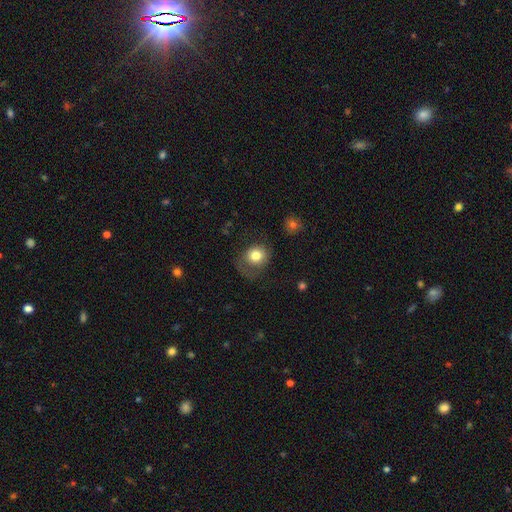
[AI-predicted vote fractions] Q: Smooth or featured?
A: smooth (78%); runner-up: featured or disk (13%)
Q: How rounded?
A: round (70%); runner-up: in between (29%)
Q: Merging?
A: none (49%); runner-up: minor disturbance (24%)